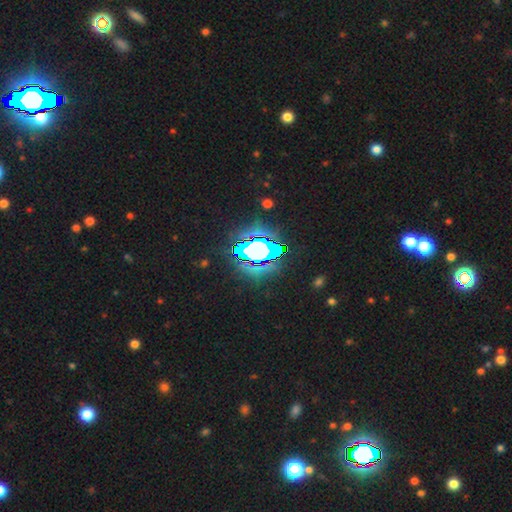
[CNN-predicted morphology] This appears to be a star or artifact, not a galaxy (65%).